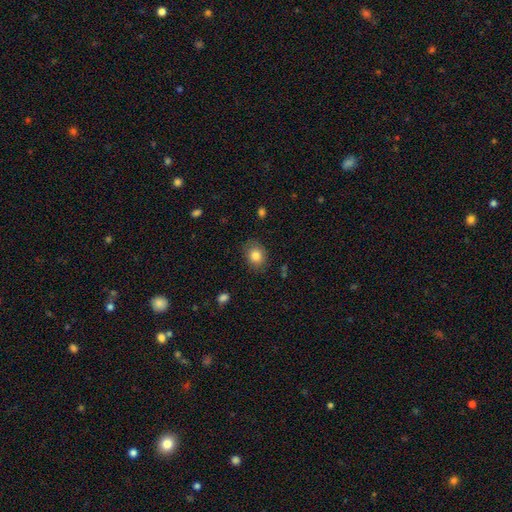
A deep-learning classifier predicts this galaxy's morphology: This is clearly a smooth galaxy (83%). How rounded: possibly round (51%). Merging: clearly none (82%).